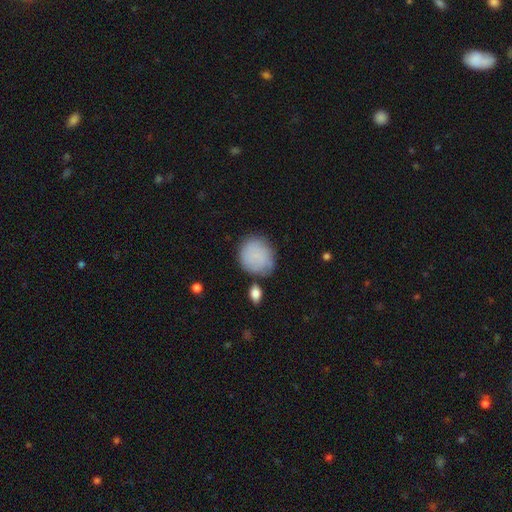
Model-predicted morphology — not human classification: type=smooth (82%); roundness=round (82%); merging=none (69%).